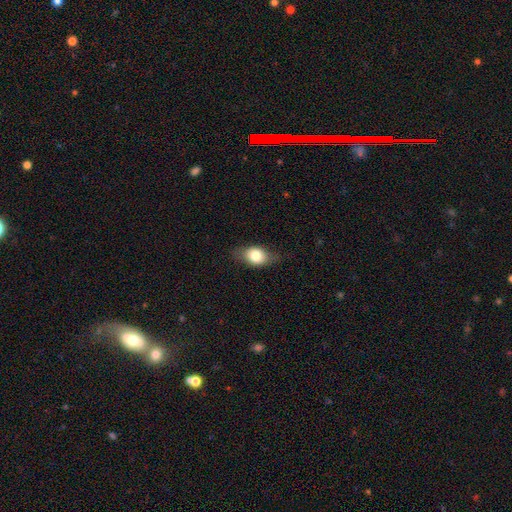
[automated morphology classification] Q: Smooth or featured?
A: smooth (73%); runner-up: featured or disk (19%)
Q: How rounded?
A: in between (71%); runner-up: round (26%)
Q: Merging?
A: none (76%); runner-up: minor disturbance (18%)